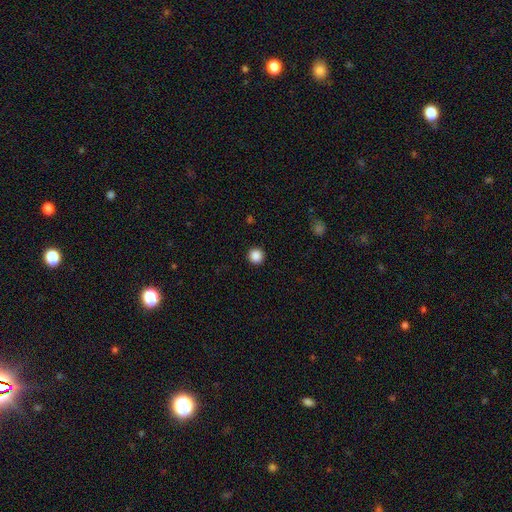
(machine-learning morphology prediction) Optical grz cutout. It shows a smooth galaxy with no disk features (88%) that is round (96%). Merging: none (93%).